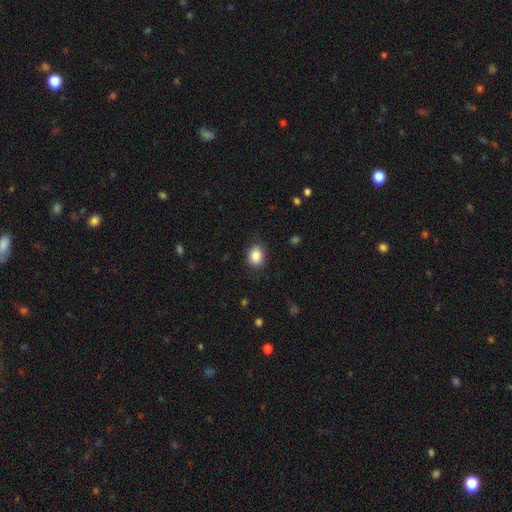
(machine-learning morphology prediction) The model was most divided on "how rounded": in between: 67%, round: 32%, cigar-shaped: 1%. More confident: smooth or featured — smooth (87%); merging — none (82%).